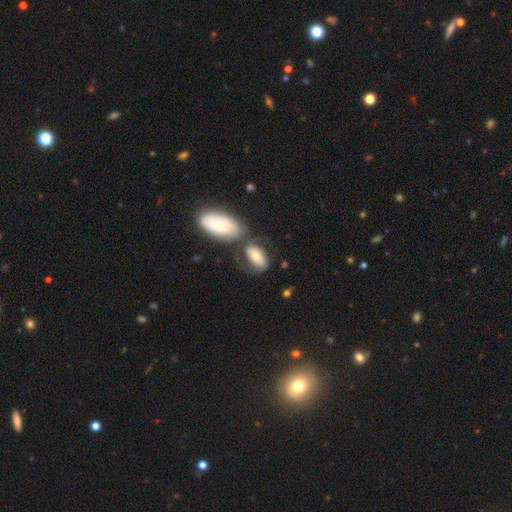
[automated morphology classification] type=smooth (52%); roundness=in between (87%); merging=none (43%).